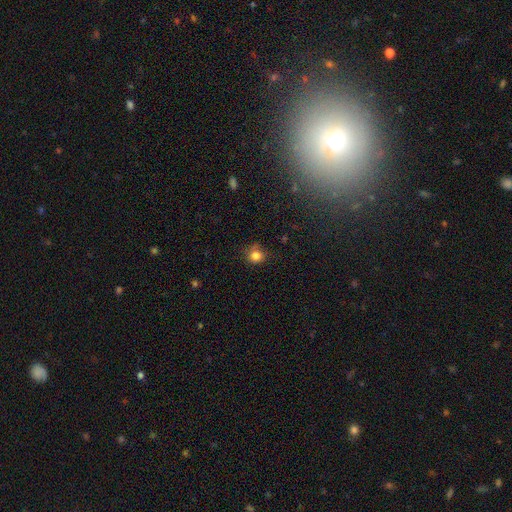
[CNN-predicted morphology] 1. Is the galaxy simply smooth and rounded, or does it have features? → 81% smooth, 13% star or artifact, 6% featured or disk.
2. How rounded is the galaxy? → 82% round, 17% in between, 1% cigar-shaped.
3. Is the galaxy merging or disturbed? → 67% none, 23% minor disturbance, 7% major disturbance, 3% merger.